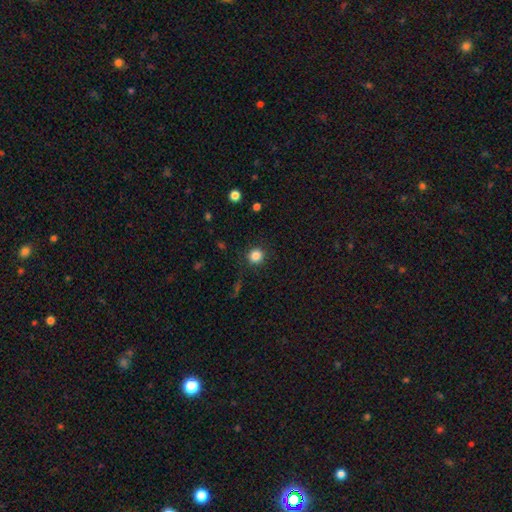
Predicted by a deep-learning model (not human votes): This is clearly a smooth galaxy (85%). How rounded: clearly round (92%). Merging: clearly none (89%).